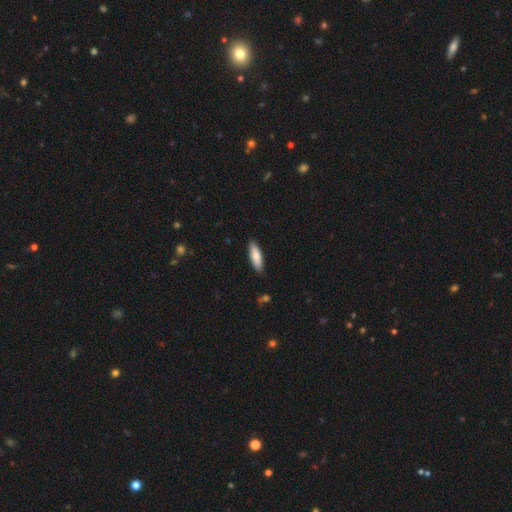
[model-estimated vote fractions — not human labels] Smooth or featured?
  - smooth: 74% *
  - featured or disk: 21%
  - star or artifact: 6%
How rounded?
  - cigar-shaped: 54% *
  - in between: 44%
  - round: 2%
Merging?
  - none: 88% *
  - minor disturbance: 10%
  - major disturbance: 2%
  - merger: 1%